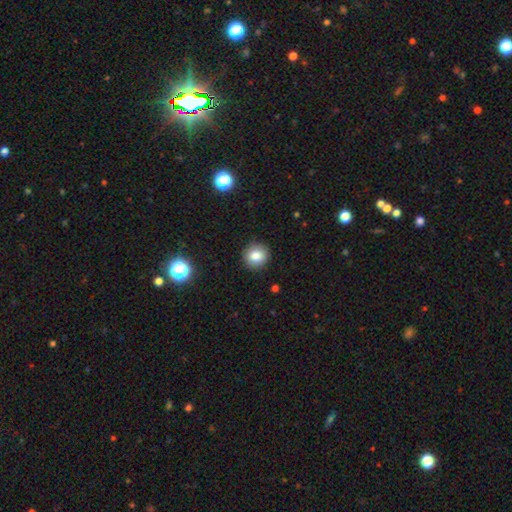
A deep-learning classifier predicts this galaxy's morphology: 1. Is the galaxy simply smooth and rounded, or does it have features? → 83% smooth, 11% star or artifact, 6% featured or disk.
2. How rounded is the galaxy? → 89% round, 10% in between, 1% cigar-shaped.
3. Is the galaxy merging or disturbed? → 90% none, 7% minor disturbance, 2% major disturbance, 1% merger.